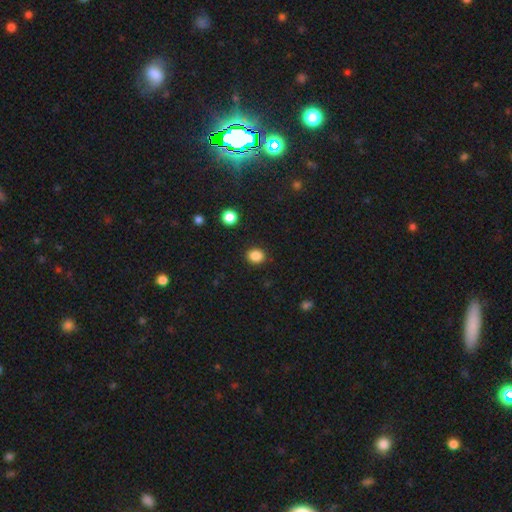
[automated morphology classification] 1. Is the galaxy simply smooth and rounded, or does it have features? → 86% smooth, 11% star or artifact, 3% featured or disk.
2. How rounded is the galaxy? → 64% round, 35% in between, 1% cigar-shaped.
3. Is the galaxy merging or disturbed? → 89% none, 7% minor disturbance, 2% major disturbance, 1% merger.